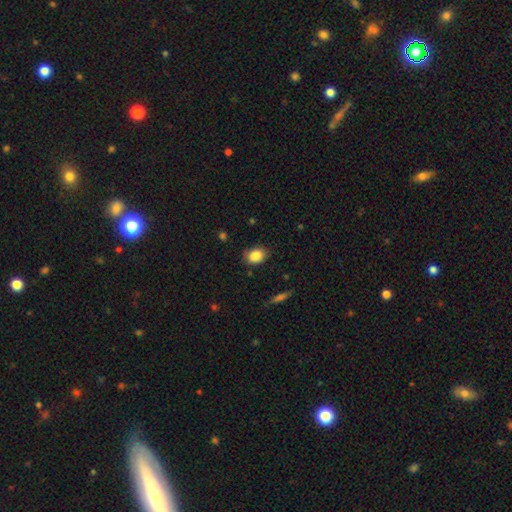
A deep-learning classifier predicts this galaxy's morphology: Overall: smooth (86%). How rounded: in between (65%; round 34%). Merging: none (76%).